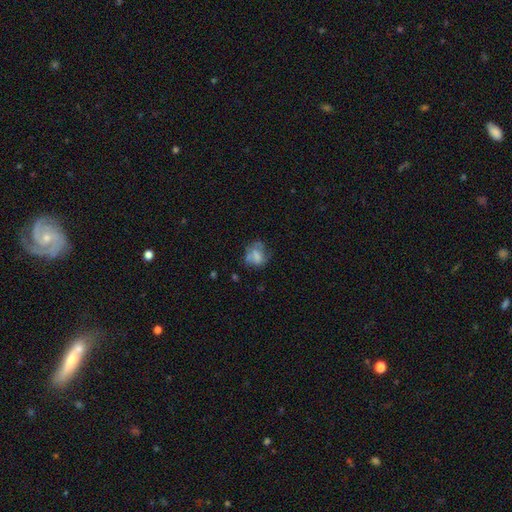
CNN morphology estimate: A smooth galaxy with no disk features (56%) that is round (52%). Merging: none (45%).